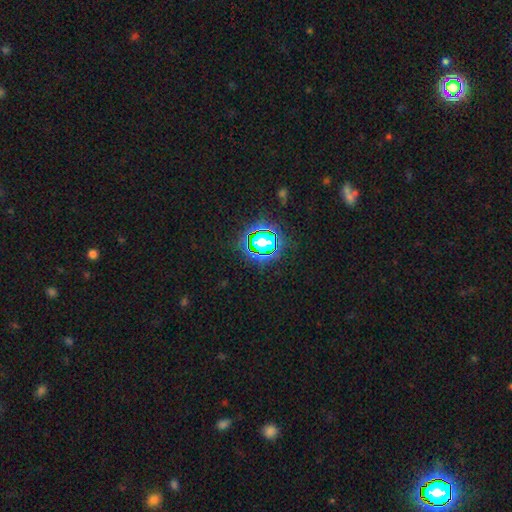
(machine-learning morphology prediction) smooth_or_featured: star or artifact (p=0.74) [alt: smooth p=0.17]